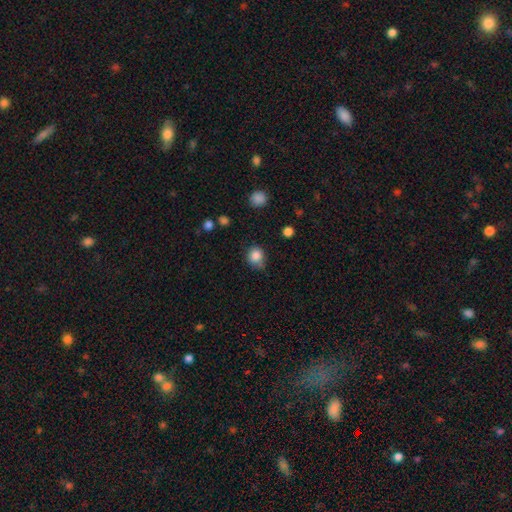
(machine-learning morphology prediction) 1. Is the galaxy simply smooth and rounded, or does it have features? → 84% smooth, 11% star or artifact, 5% featured or disk.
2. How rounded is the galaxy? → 78% round, 21% in between, 1% cigar-shaped.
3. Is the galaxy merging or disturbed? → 63% none, 28% minor disturbance, 6% major disturbance, 3% merger.